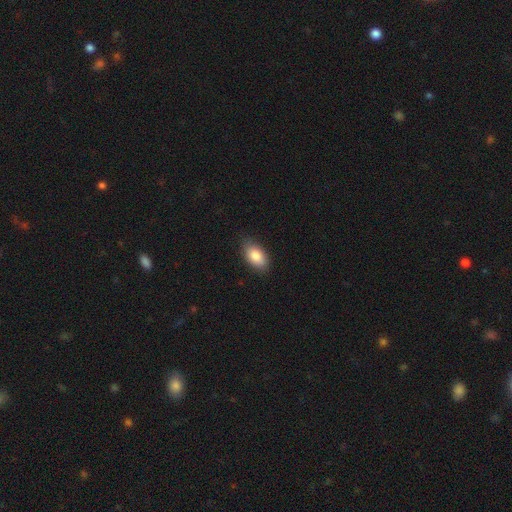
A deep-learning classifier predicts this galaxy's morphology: smooth-or-featured: smooth: 84% | featured or disk: 9% | star or artifact: 7%
  how-rounded: in between: 92% | round: 5% | cigar-shaped: 3%
  merging: none: 83% | minor disturbance: 13% | major disturbance: 2% | merger: 1%